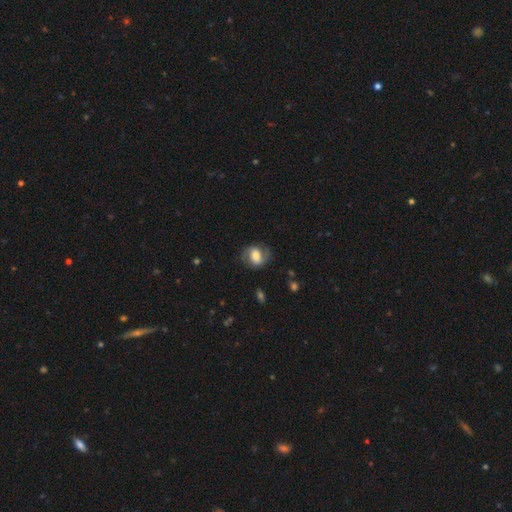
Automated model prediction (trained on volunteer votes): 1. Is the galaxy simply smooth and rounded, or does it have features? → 58% featured or disk, 34% smooth, 8% star or artifact.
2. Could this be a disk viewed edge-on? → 97% no, 3% yes.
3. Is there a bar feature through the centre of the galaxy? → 40% weak, 34% no, 26% strong.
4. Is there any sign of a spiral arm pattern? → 85% yes, 15% no.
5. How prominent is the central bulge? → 46% moderate, 29% large, 17% small, 4% dominant, 4% none.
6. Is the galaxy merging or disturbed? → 71% none, 17% minor disturbance, 10% major disturbance, 1% merger.